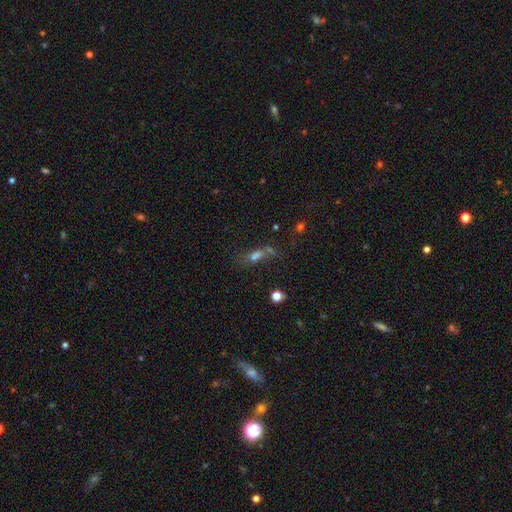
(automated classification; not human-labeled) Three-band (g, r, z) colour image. It shows a smooth galaxy with no disk features (52%) that is in between round and cigar-shaped (56%). Merging: none (36%).